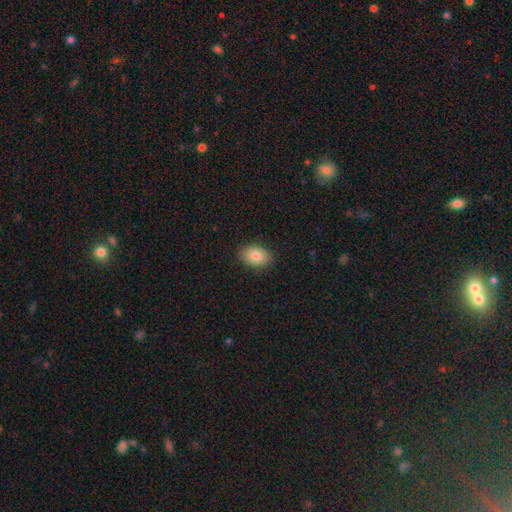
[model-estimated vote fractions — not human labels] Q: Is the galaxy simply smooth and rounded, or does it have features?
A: smooth — 83%.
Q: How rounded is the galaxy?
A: in between — 86%.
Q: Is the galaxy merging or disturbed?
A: none — 87%.